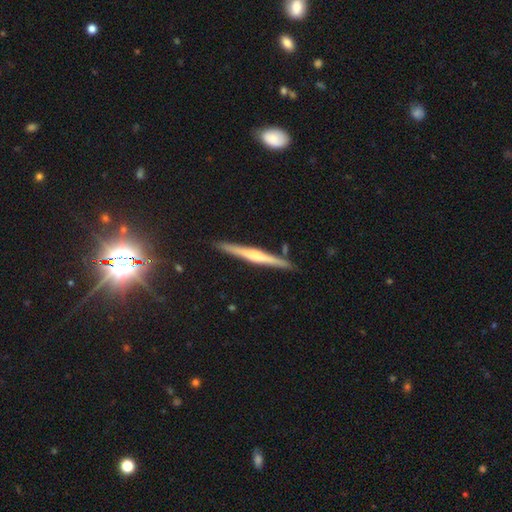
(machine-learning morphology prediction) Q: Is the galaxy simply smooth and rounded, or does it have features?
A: featured or disk — 66%.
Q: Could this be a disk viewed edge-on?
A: yes — 98%.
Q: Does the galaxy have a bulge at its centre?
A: rounded — 63%.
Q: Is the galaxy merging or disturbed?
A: none — 89%.